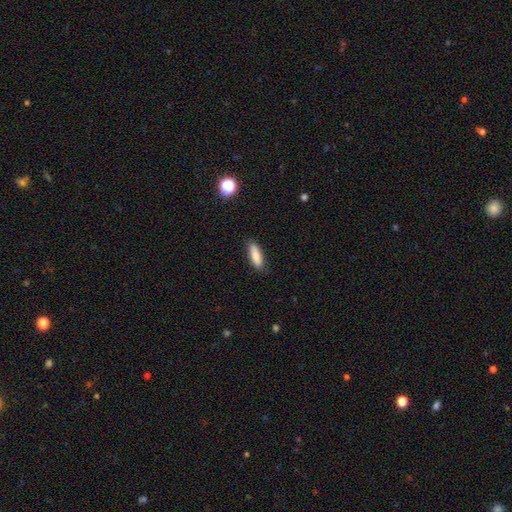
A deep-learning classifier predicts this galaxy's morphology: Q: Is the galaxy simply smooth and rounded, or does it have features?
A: smooth — 83%.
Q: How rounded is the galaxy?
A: in between — 51%.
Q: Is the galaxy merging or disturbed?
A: none — 84%.